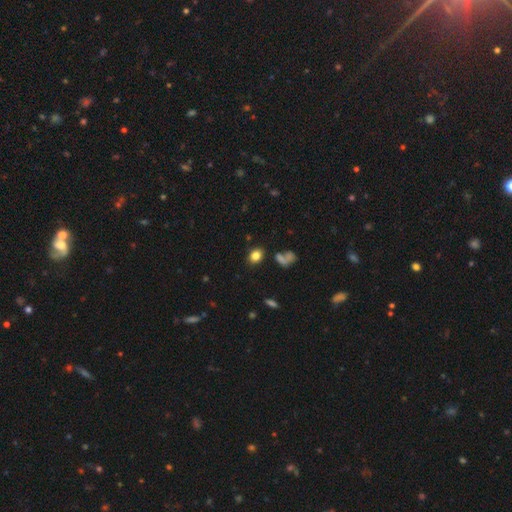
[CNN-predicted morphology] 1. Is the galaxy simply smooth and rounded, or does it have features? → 82% smooth, 11% star or artifact, 6% featured or disk.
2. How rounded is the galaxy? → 58% in between, 41% round, 2% cigar-shaped.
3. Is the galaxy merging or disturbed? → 80% none, 11% minor disturbance, 5% merger, 4% major disturbance.